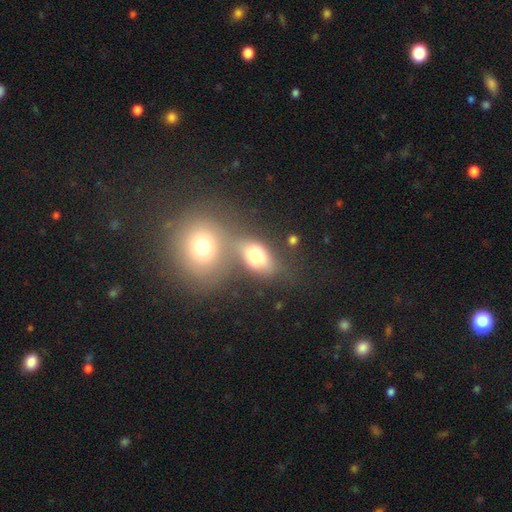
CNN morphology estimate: Q: Smooth or featured?
A: smooth (70%); runner-up: featured or disk (19%)
Q: How rounded?
A: in between (70%); runner-up: round (27%)
Q: Merging?
A: merger (54%); runner-up: none (29%)